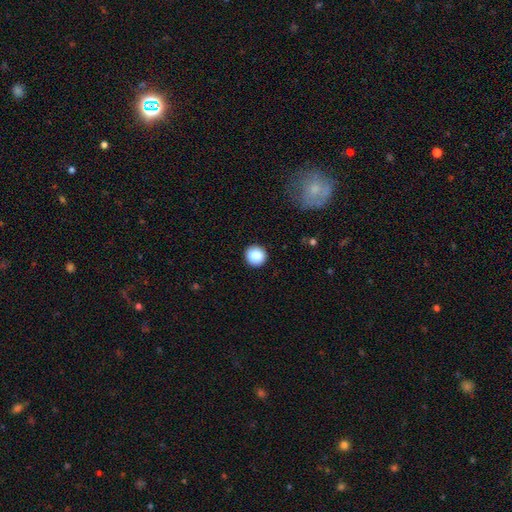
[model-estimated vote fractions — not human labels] Q: Smooth or featured?
A: smooth (87%); runner-up: star or artifact (9%)
Q: How rounded?
A: round (94%); runner-up: in between (6%)
Q: Merging?
A: none (91%); runner-up: minor disturbance (6%)